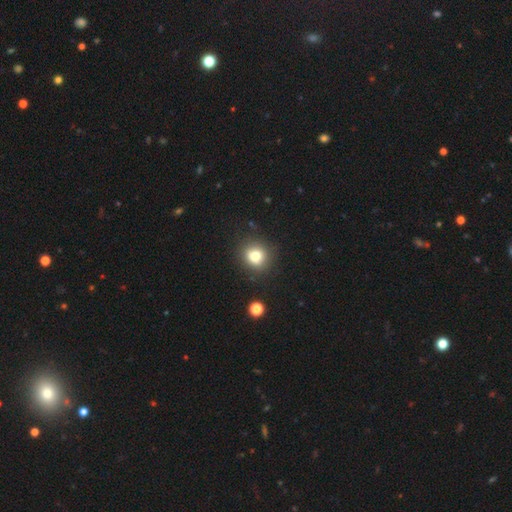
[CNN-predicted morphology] Overall: smooth (77%). How rounded: round (80%). Merging: none (83%).